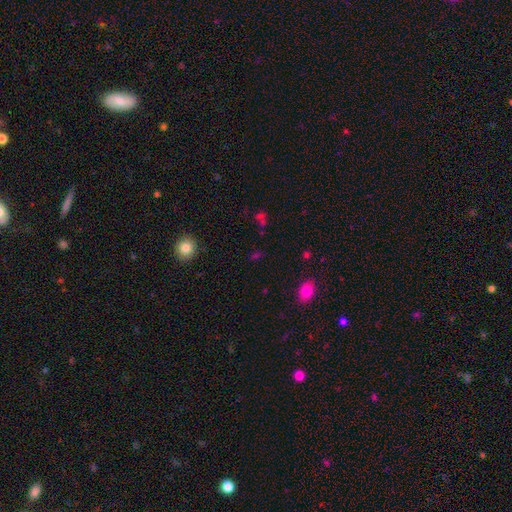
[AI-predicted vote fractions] This is possibly a smooth galaxy (53%). How rounded: possibly in between (54%). Merging: likely none (76%).